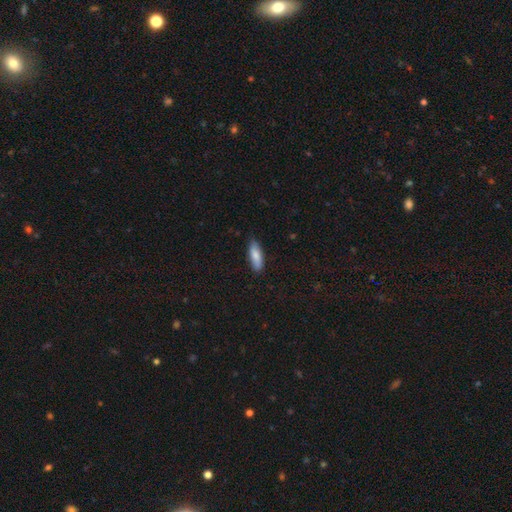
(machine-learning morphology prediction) type=smooth (81%); roundness=in between (58%); merging=none (84%).